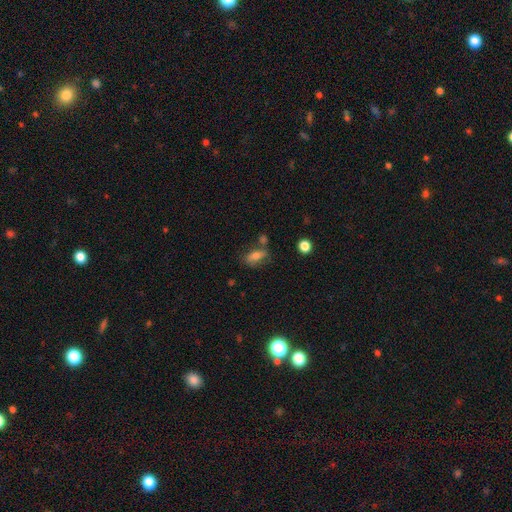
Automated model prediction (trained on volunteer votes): smooth_or_featured: smooth (p=0.67) [alt: featured or disk p=0.22]
how_rounded: in between (p=0.79) [alt: cigar-shaped p=0.12]
merging: none (p=0.56) [alt: minor disturbance p=0.21]